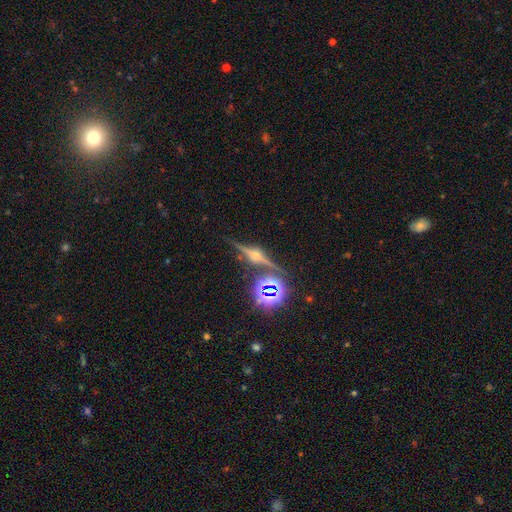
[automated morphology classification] This is likely a featured or disk galaxy (74%). It is clearly viewed edge-on (96%). Edge-on bulge: clearly rounded (91%). Merging: clearly none (86%).